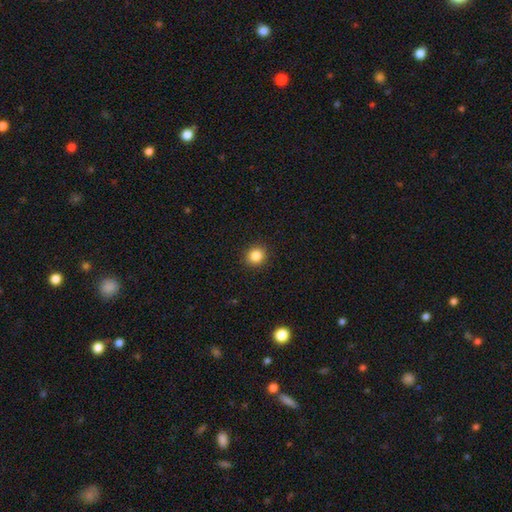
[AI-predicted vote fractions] Smooth or featured: smooth — 85% (star or artifact — 11%)
How rounded: round — 85% (in between — 14%)
Merging: none — 91% (minor disturbance — 6%)